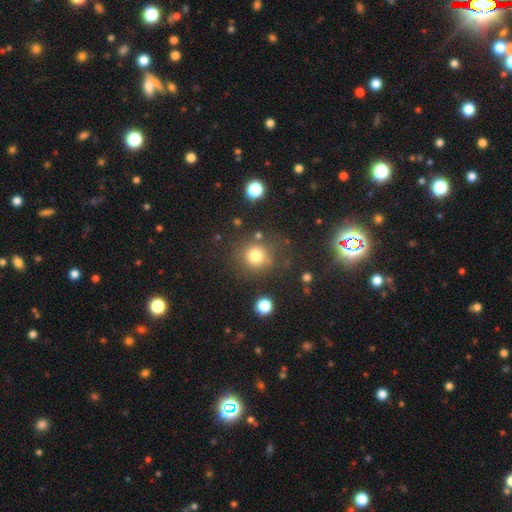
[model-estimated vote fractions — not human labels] A smooth galaxy with no disk features (79%) that is round (87%). Merging: none (77%).